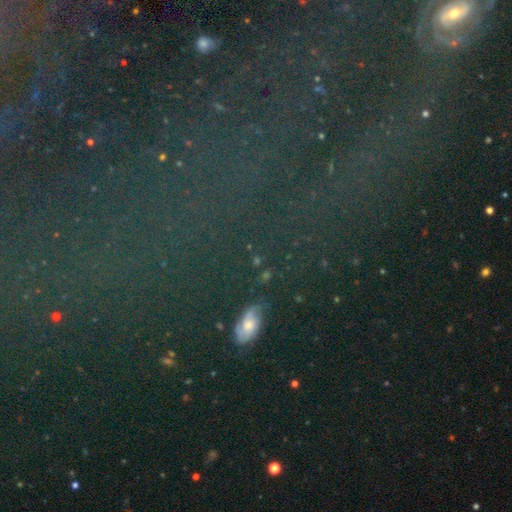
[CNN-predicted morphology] Q: Smooth or featured?
A: star or artifact (61%); runner-up: smooth (24%)